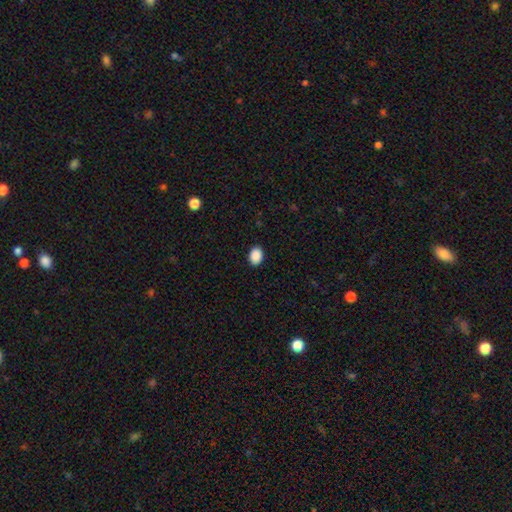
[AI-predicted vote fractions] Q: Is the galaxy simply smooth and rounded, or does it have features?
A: smooth — 90%.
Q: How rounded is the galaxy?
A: in between — 74%.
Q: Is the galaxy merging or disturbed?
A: none — 90%.